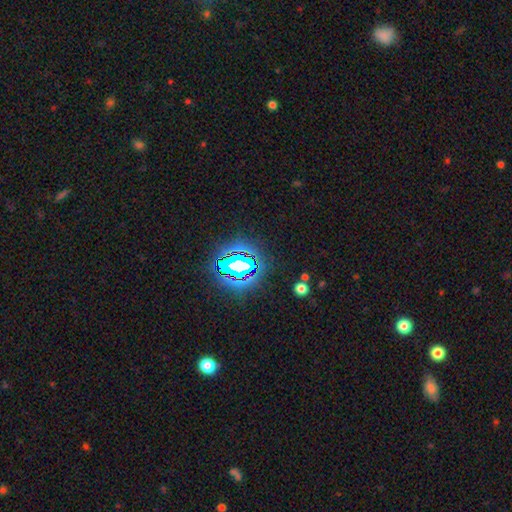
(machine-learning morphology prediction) This is clearly a star or artifact rather than a galaxy (82%).